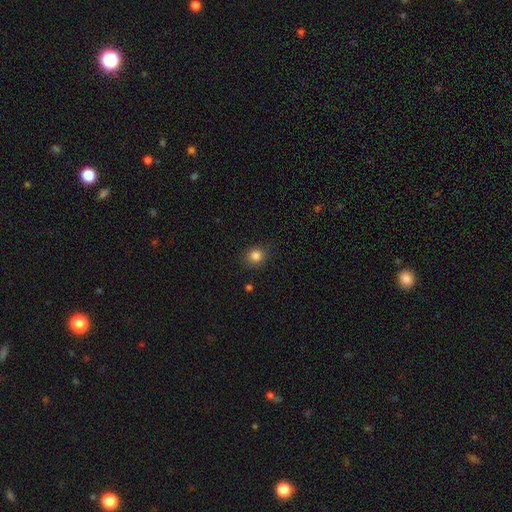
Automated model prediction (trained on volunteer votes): The model was most divided on "how rounded": round: 83%, in between: 16%, cigar-shaped: 1%. More confident: merging — none (86%); smooth or featured — smooth (84%).